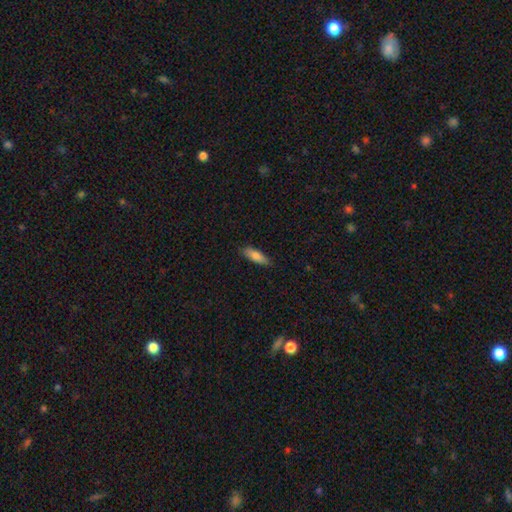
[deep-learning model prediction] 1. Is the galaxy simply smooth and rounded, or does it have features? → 79% smooth, 14% featured or disk, 6% star or artifact.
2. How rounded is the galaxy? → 57% in between, 41% cigar-shaped, 2% round.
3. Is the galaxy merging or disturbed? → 86% none, 11% minor disturbance, 2% major disturbance, 1% merger.